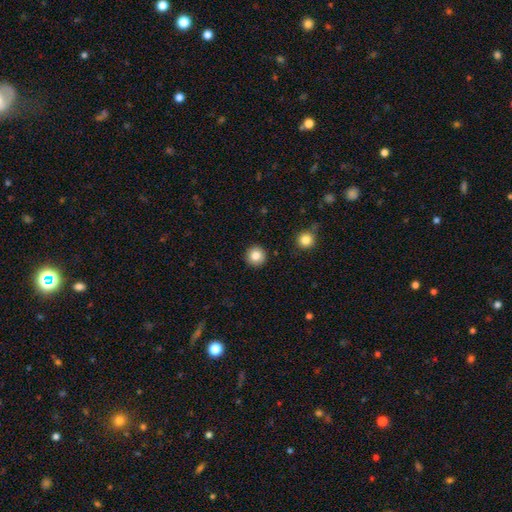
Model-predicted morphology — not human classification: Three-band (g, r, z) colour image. It shows a smooth galaxy with no disk features (83%) that is round (95%). Merging: none (92%).